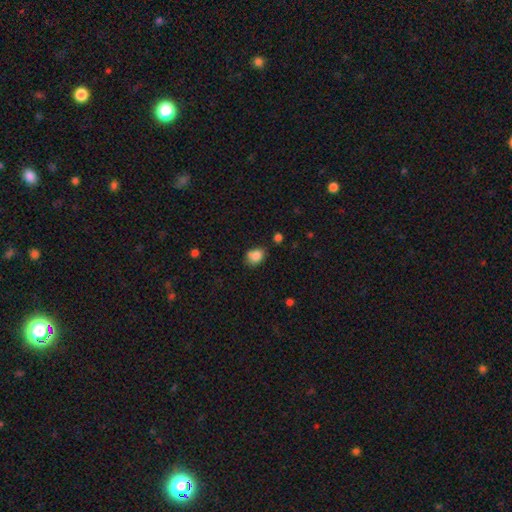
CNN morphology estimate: smooth 83%, star or artifact 10%, featured or disk 7%. Down the decision tree: how rounded — in between (61%); merging — none (58%).